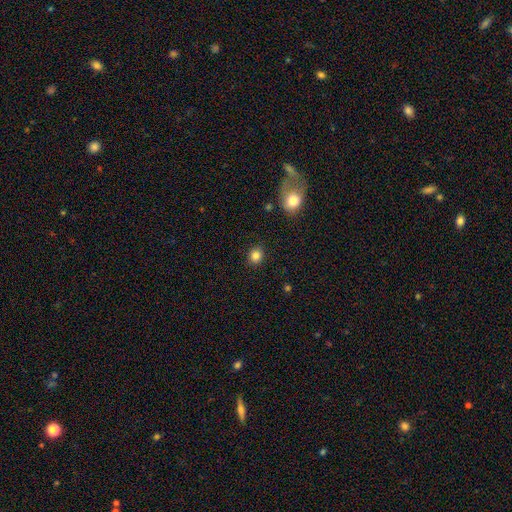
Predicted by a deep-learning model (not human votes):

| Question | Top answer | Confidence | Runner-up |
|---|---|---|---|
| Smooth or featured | smooth | 84% | star or artifact (11%) |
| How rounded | round | 76% | in between (23%) |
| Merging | none | 88% | minor disturbance (8%) |